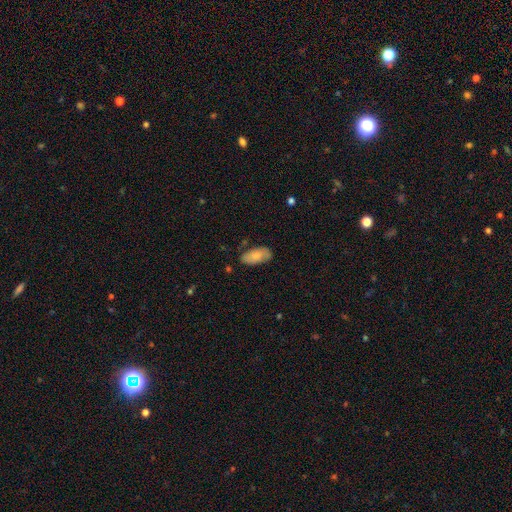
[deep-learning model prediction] A smooth galaxy with no disk features (77%) that is in between round and cigar-shaped (92%).

Vote fractions:
- Smooth or featured? smooth: 77% / featured or disk: 17% / star or artifact: 6%
- How rounded? in between: 92% / cigar-shaped: 5% / round: 2%
- Merging? none: 76% / minor disturbance: 19% / major disturbance: 3% / merger: 2%